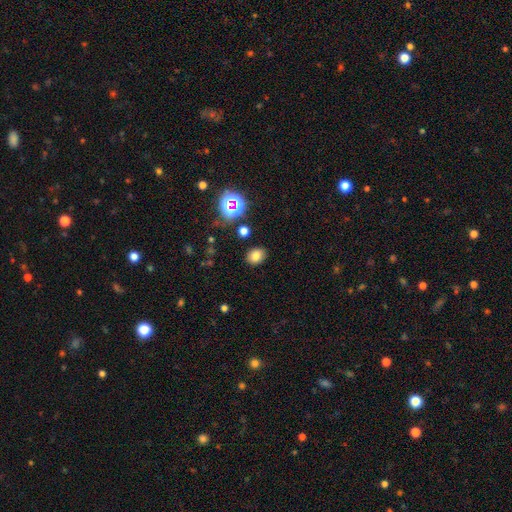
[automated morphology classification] type=smooth (77%); roundness=in between (57%); merging=none (86%).